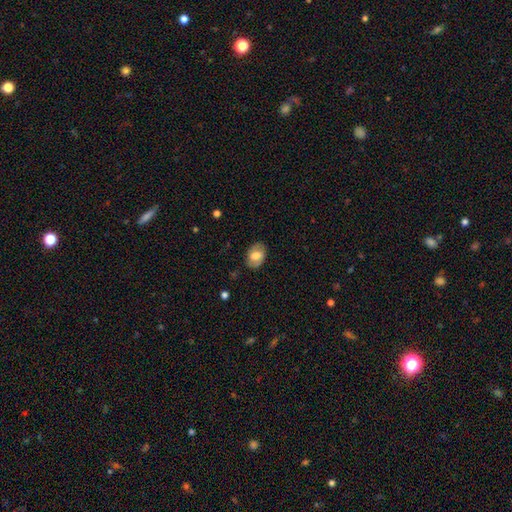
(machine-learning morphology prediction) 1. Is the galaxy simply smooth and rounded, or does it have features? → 64% smooth, 29% featured or disk, 7% star or artifact.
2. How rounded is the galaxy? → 85% in between, 14% round, 1% cigar-shaped.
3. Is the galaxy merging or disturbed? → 82% none, 13% minor disturbance, 4% major disturbance, 1% merger.